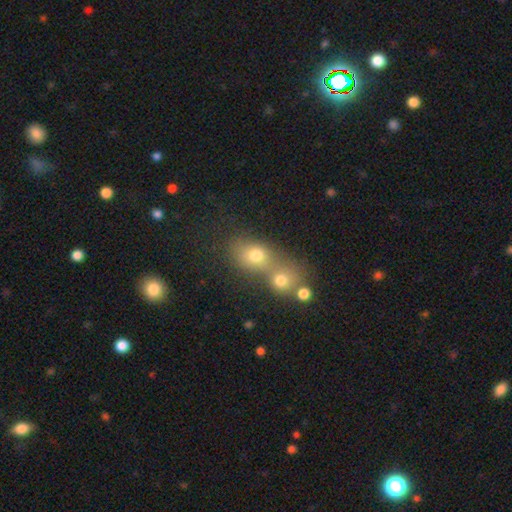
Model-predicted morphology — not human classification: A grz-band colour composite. It shows a smooth galaxy with no disk features (72%) that is round (54%). Merging: merger (58%).